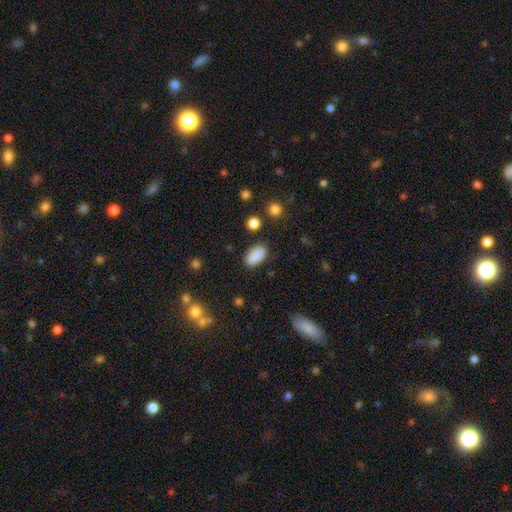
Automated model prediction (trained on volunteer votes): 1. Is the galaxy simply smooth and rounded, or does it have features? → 88% smooth, 8% star or artifact, 4% featured or disk.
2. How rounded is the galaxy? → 93% in between, 5% round, 2% cigar-shaped.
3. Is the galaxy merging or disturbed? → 84% none, 11% minor disturbance, 3% major disturbance, 2% merger.